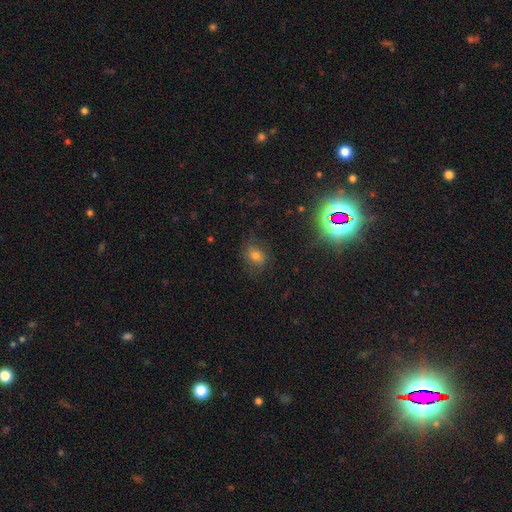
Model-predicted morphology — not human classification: Smooth or featured? Predicted: smooth (p=0.64). How rounded? Predicted: in between (p=0.53). Merging? Predicted: none (p=0.73).